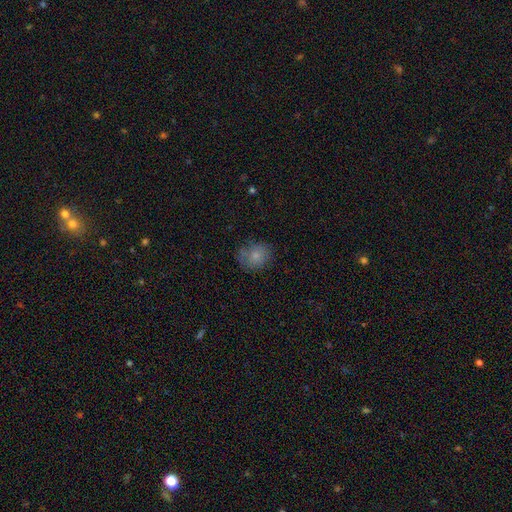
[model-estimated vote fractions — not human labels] This is likely a smooth galaxy (76%). How rounded: likely round (64%). Merging: likely none (66%).